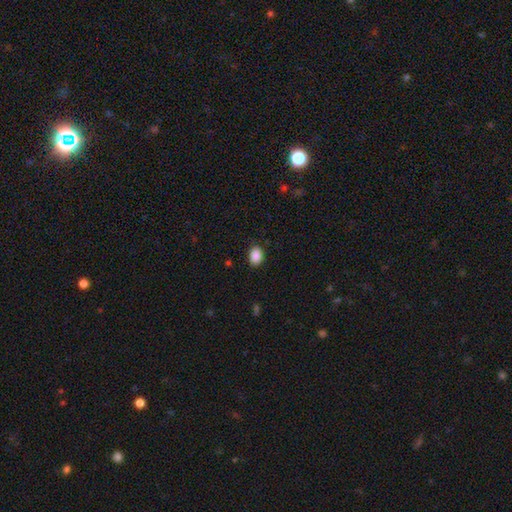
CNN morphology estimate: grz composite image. It shows a smooth galaxy with no disk features (89%) that is in between round and cigar-shaped (73%). Merging: none (87%).